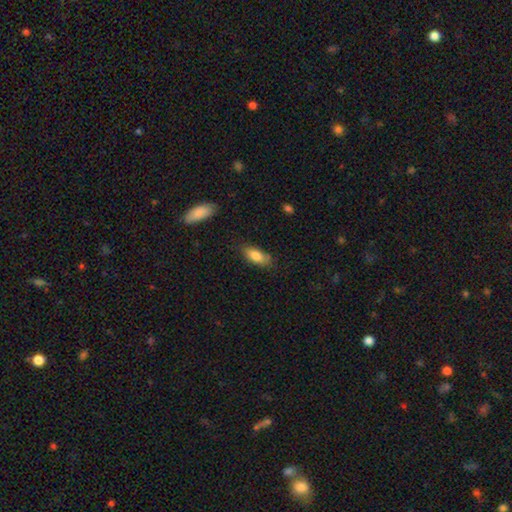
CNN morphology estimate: Smooth or featured?
  - smooth: 82% *
  - featured or disk: 12%
  - star or artifact: 7%
How rounded?
  - in between: 80% *
  - cigar-shaped: 18%
  - round: 3%
Merging?
  - none: 73% *
  - minor disturbance: 20%
  - major disturbance: 4%
  - merger: 2%